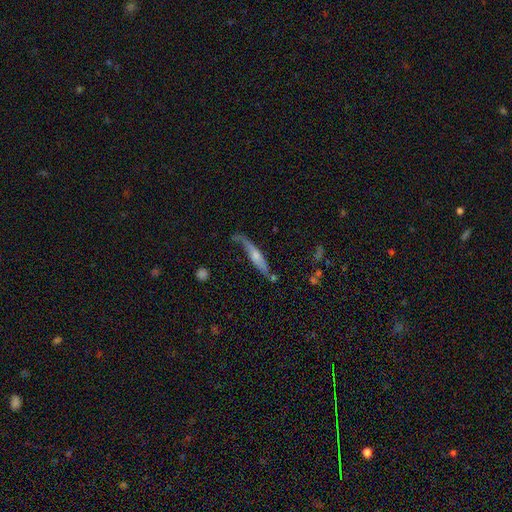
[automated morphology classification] Smooth or featured: featured or disk — 60% (smooth — 33%)
Edge-on disk: yes — 72% (no — 28%)
Merging: none — 53% (minor disturbance — 26%)